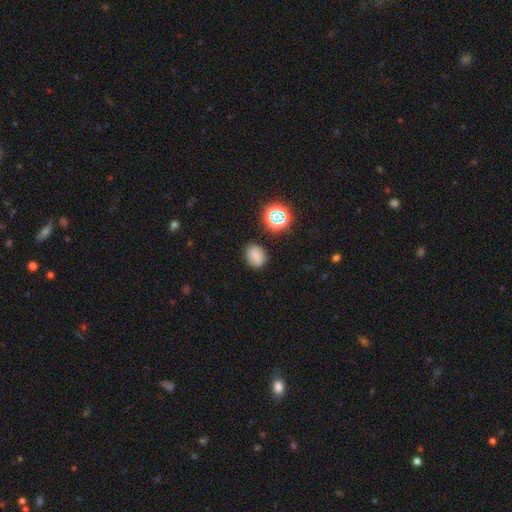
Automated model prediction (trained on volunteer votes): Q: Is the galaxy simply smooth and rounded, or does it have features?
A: smooth — 71%.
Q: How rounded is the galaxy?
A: round — 54%.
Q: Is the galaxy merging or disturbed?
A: none — 82%.